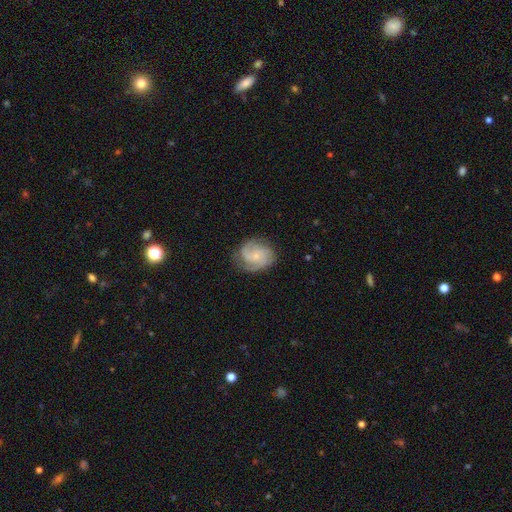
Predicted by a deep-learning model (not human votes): Smooth or featured?
  - featured or disk: 75% *
  - smooth: 18%
  - star or artifact: 6%
Edge-on disk?
  - no: 98% *
  - yes: 2%
Bar?
  - no: 67% *
  - weak: 29%
  - strong: 4%
Spiral arms?
  - yes: 96% *
  - no: 4%
Spiral winding?
  - medium: 47% *
  - tight: 36%
  - loose: 18%
Spiral arm count?
  - 2: 43% *
  - 3: 29%
  - can't tell: 14%
  - 1: 6%
  - 4: 4%
  - more than 4: 4%
Bulge size?
  - small: 67% *
  - moderate: 23%
  - none: 8%
  - large: 2%
  - dominant: 1%
Merging?
  - none: 72% *
  - minor disturbance: 19%
  - major disturbance: 8%
  - merger: 1%